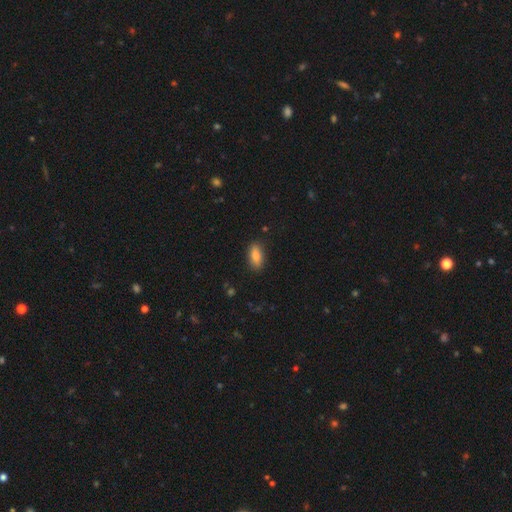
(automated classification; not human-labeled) Smooth or featured?
  - smooth: 76% *
  - featured or disk: 17%
  - star or artifact: 7%
How rounded?
  - in between: 83% *
  - cigar-shaped: 13%
  - round: 4%
Merging?
  - none: 86% *
  - minor disturbance: 11%
  - major disturbance: 2%
  - merger: 1%